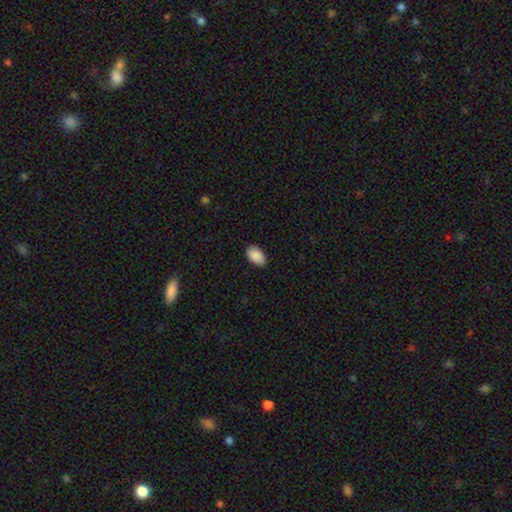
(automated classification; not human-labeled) This is clearly a smooth galaxy (91%). How rounded: clearly in between (94%). Merging: clearly none (88%).